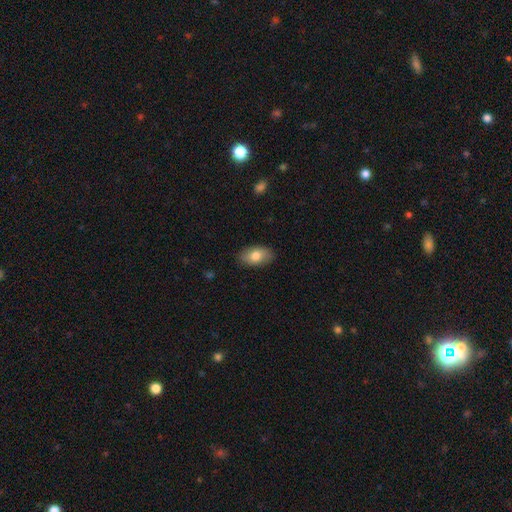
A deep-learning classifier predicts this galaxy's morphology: smooth 79%, featured or disk 14%, star or artifact 7%. Down the decision tree: how rounded — in between (93%); merging — none (87%).